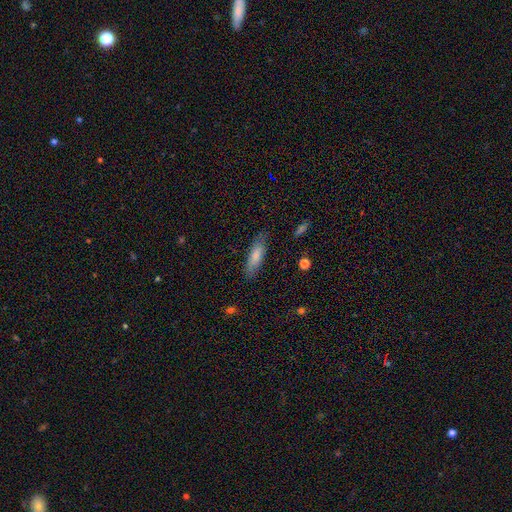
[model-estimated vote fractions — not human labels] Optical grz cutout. It shows a smooth galaxy with no disk features (77%) that is in between round and cigar-shaped (49%, tied with cigar-shaped). Merging: none (78%).